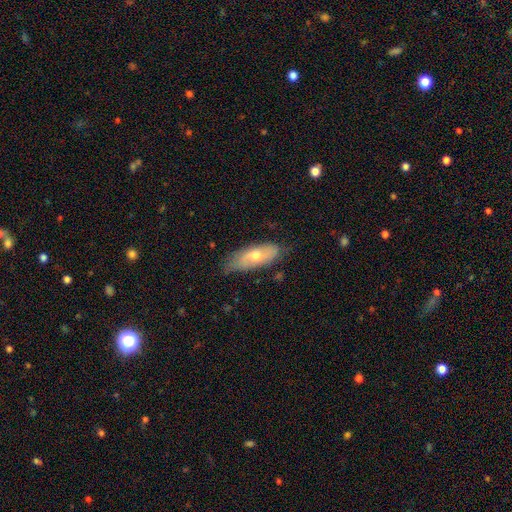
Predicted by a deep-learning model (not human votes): Smooth or featured? Predicted: smooth (p=0.56). How rounded? Predicted: in between (p=0.75). Merging? Predicted: none (p=0.67).